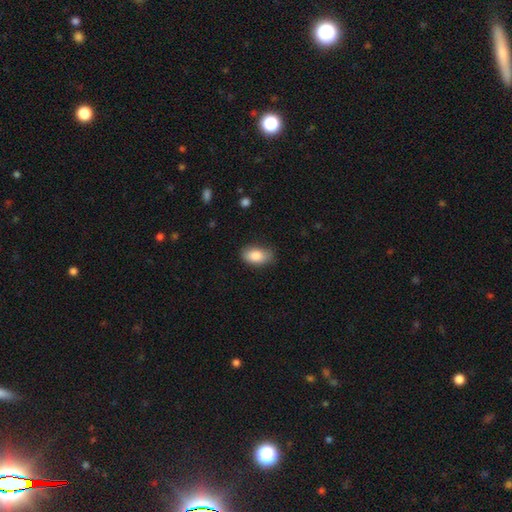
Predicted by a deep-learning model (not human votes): The model was most divided on "merging": none: 78%, minor disturbance: 17%, major disturbance: 3%, merger: 1%. More confident: how rounded — in between (91%); smooth or featured — smooth (85%).